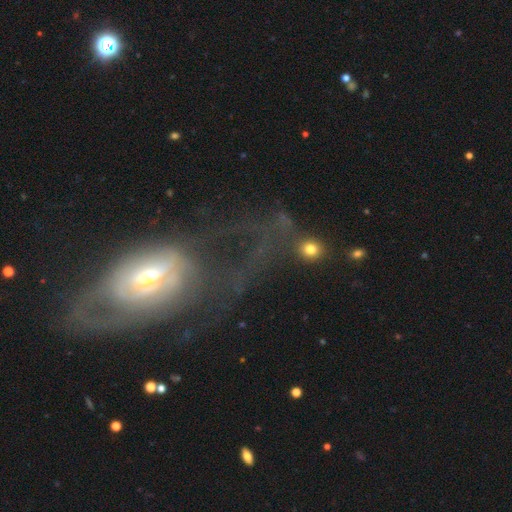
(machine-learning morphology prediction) type=featured or disk (61%); edge-on=no (90%); bar=no (54%); spiral arms=no (53%); bulge=moderate (50%); merging=major disturbance (47%).